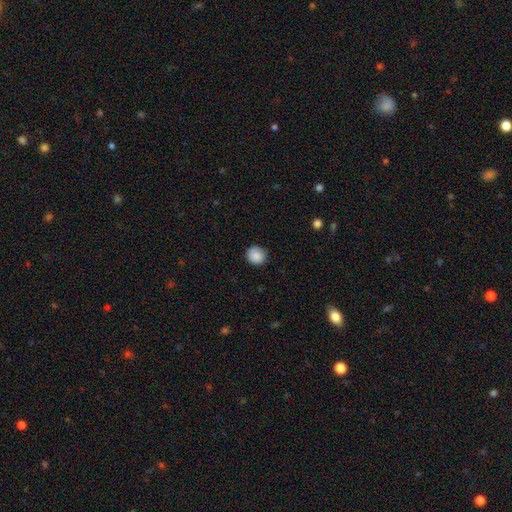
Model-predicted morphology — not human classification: This is clearly a smooth galaxy (88%). How rounded: clearly round (87%). Merging: clearly none (87%).